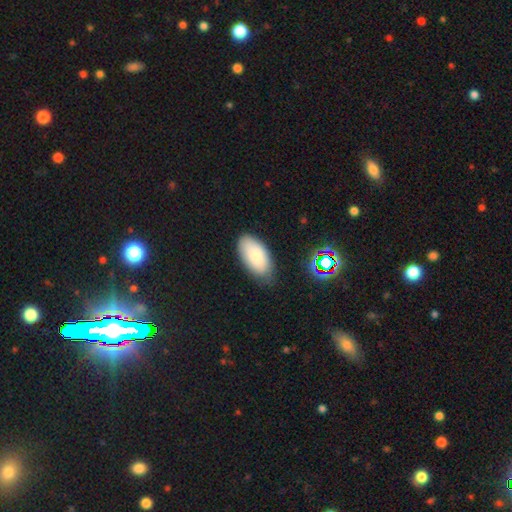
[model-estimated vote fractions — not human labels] smooth 83%, featured or disk 10%, star or artifact 7%. Down the decision tree: how rounded — in between (95%); merging — none (75%).